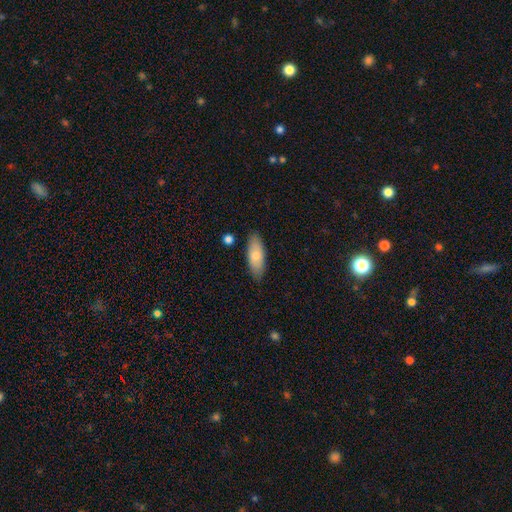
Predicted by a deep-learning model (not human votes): Q: Smooth or featured?
A: smooth (77%); runner-up: featured or disk (17%)
Q: How rounded?
A: in between (76%); runner-up: cigar-shaped (22%)
Q: Merging?
A: none (83%); runner-up: minor disturbance (12%)